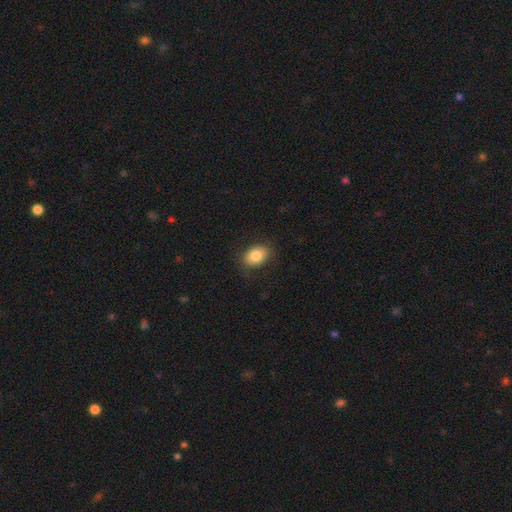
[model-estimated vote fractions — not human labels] Q: Smooth or featured?
A: smooth (84%); runner-up: star or artifact (8%)
Q: How rounded?
A: in between (77%); runner-up: round (22%)
Q: Merging?
A: none (82%); runner-up: minor disturbance (13%)